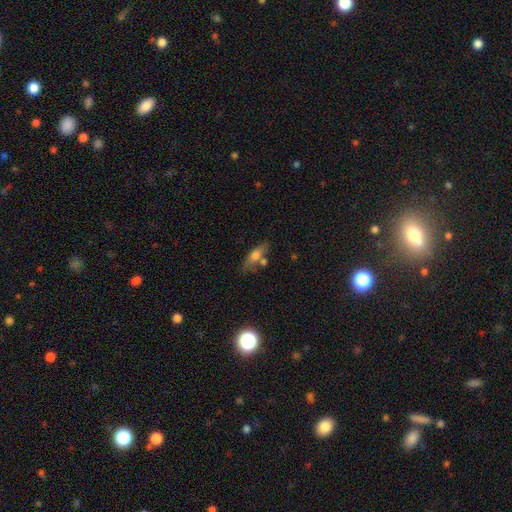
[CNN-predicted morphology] A smooth galaxy with no disk features (50%) that is in between round and cigar-shaped (52%).

Vote fractions:
- Smooth or featured? smooth: 50% / featured or disk: 32% / star or artifact: 18%
- How rounded? in between: 52% / cigar-shaped: 39% / round: 9%
- Merging? none: 67% / minor disturbance: 16% / merger: 12% / major disturbance: 6%